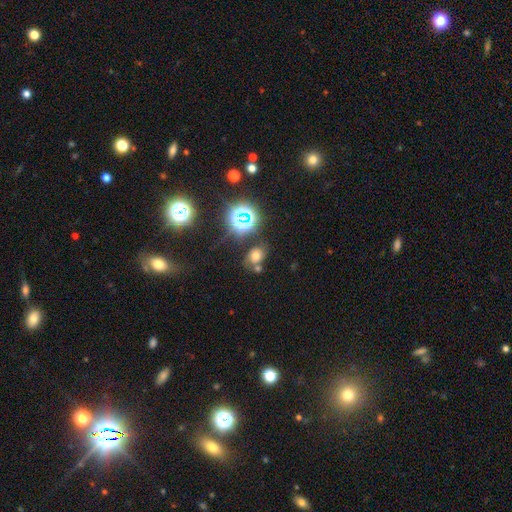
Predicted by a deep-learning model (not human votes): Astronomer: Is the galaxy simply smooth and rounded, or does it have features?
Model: smooth — 56%.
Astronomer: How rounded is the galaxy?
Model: round — 49%, tied with in between at 49%.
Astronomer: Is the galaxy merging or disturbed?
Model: none — 60%.